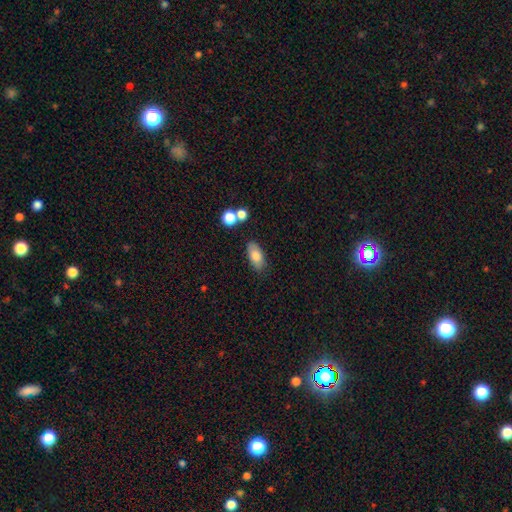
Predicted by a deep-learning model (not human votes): A smooth galaxy with no disk features (80%) that is in between round and cigar-shaped (90%).

Vote fractions:
- Smooth or featured? smooth: 80% / featured or disk: 13% / star or artifact: 8%
- How rounded? in between: 90% / cigar-shaped: 5% / round: 4%
- Merging? none: 78% / minor disturbance: 13% / merger: 5% / major disturbance: 3%